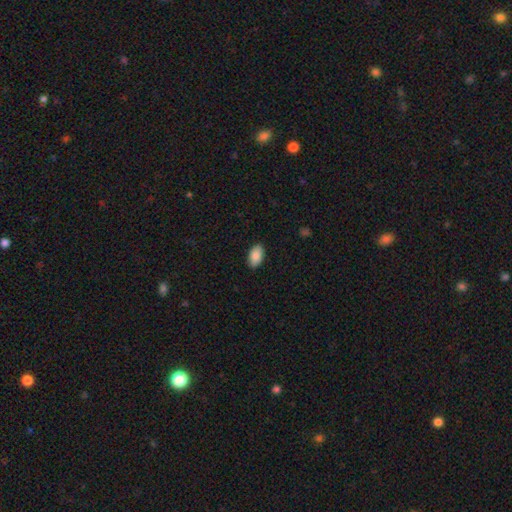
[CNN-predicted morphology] The model was most divided on "merging": none: 89%, minor disturbance: 8%, major disturbance: 2%, merger: 1%. More confident: how rounded — in between (95%); smooth or featured — smooth (89%).